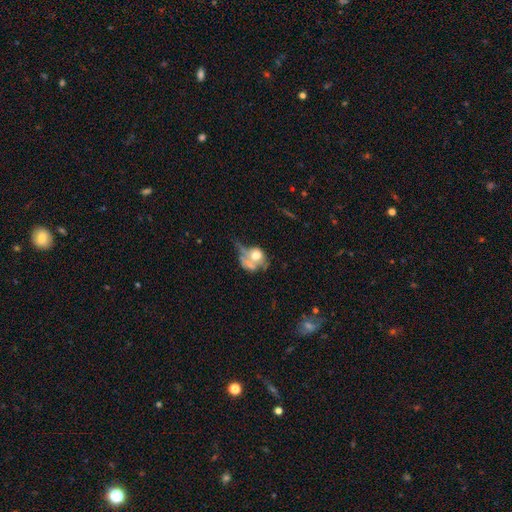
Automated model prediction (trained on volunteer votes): Q: Smooth or featured?
A: smooth (52%); runner-up: featured or disk (38%)
Q: How rounded?
A: round (58%); runner-up: in between (39%)
Q: Merging?
A: merger (36%); runner-up: major disturbance (32%)